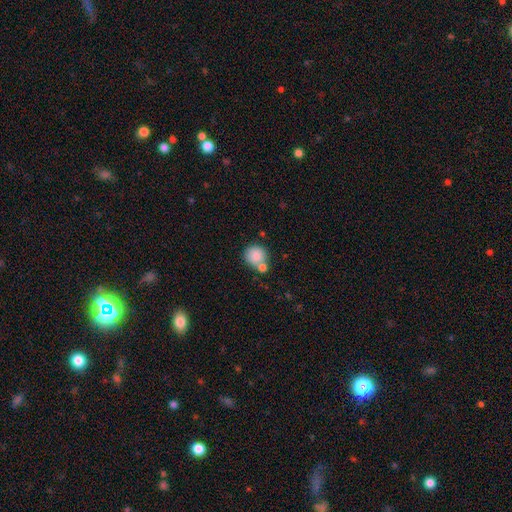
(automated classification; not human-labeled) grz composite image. It shows a smooth galaxy with no disk features (83%) that is round (87%). Merging: none (59%).